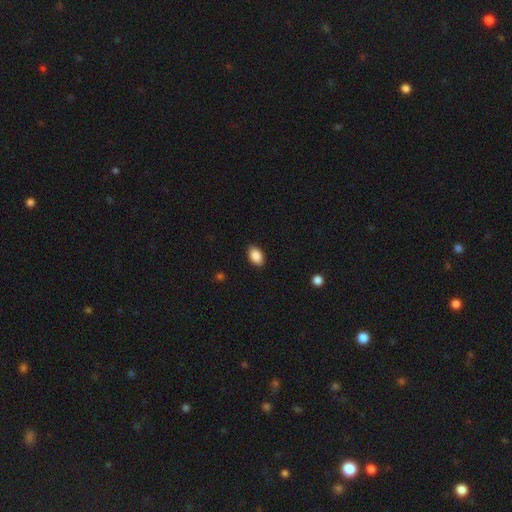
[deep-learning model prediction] smooth_or_featured: smooth (p=0.89) [alt: star or artifact p=0.07]
how_rounded: in between (p=0.90) [alt: round p=0.09]
merging: none (p=0.89) [alt: minor disturbance p=0.08]